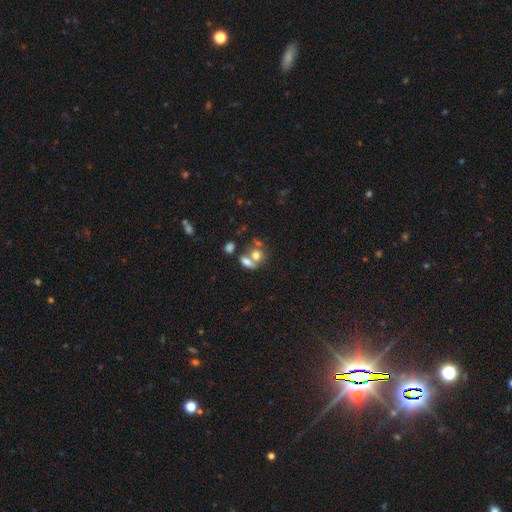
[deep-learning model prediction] A smooth galaxy with no disk features (68%) that is in between round and cigar-shaped (49%).

Vote fractions:
- Smooth or featured? smooth: 68% / featured or disk: 20% / star or artifact: 12%
- How rounded? in between: 49% / round: 48% / cigar-shaped: 3%
- Merging? merger: 57% / none: 29% / minor disturbance: 8% / major disturbance: 6%